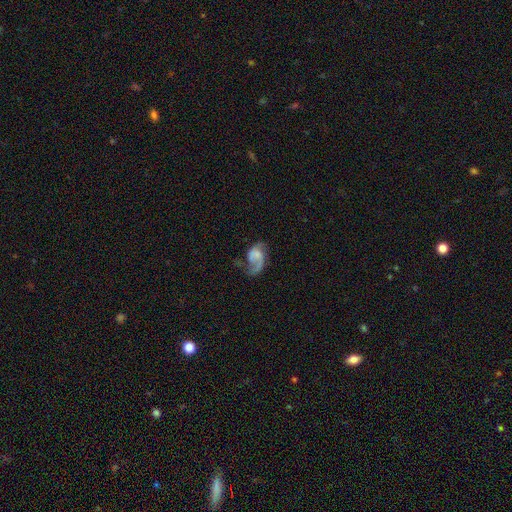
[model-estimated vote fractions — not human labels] smooth-or-featured: featured or disk: 72% | smooth: 20% | star or artifact: 8%
  disk-edge-on: no: 98% | yes: 2%
    bar: no: 62% | weak: 32% | strong: 6%
    has-spiral-arms: yes: 88% | no: 12%
      spiral-winding: loose: 56% | medium: 35% | tight: 10%
      spiral-arm-count: 2: 57% | 1: 35% | can't tell: 5% | 3: 1% | 4: 1% | more than 4: 1%
    bulge-size: none: 45% | small: 31% | moderate: 17% | large: 6% | dominant: 2%
  merging: major disturbance: 37% | none: 36% | minor disturbance: 22% | merger: 5%